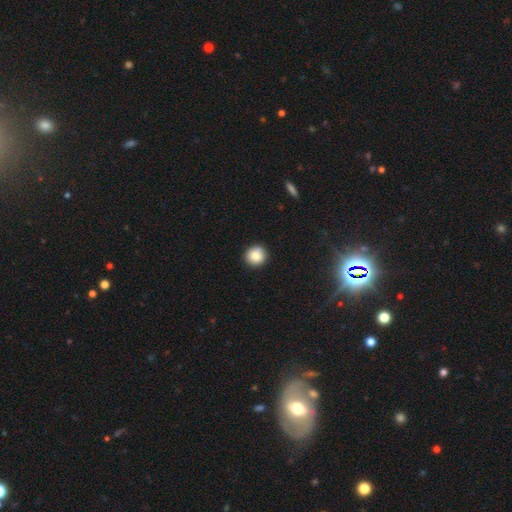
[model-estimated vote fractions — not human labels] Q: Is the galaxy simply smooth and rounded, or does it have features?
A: smooth — 84%.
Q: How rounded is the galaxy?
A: round — 93%.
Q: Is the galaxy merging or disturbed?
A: none — 89%.